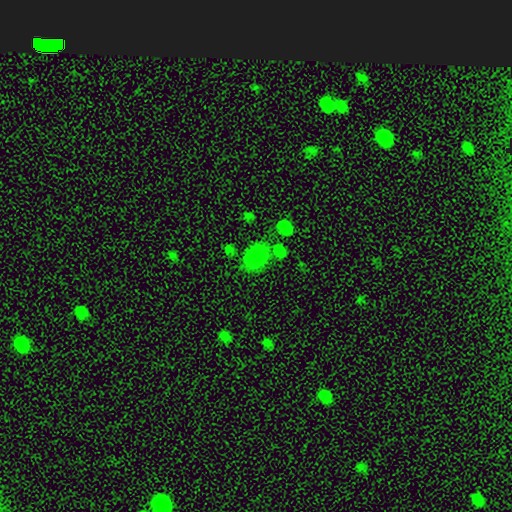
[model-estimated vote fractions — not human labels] Q: Smooth or featured?
A: smooth (75%); runner-up: star or artifact (19%)
Q: How rounded?
A: in between (69%); runner-up: round (30%)
Q: Merging?
A: none (64%); runner-up: merger (16%)